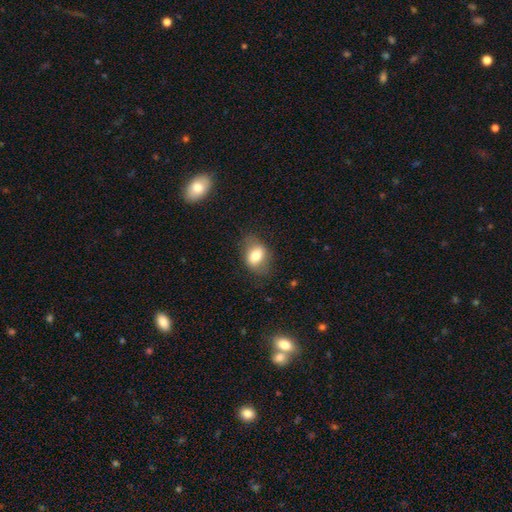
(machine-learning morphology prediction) Smooth or featured: smooth — 70% (featured or disk — 21%)
How rounded: in between — 69% (round — 29%)
Merging: none — 71% (minor disturbance — 20%)